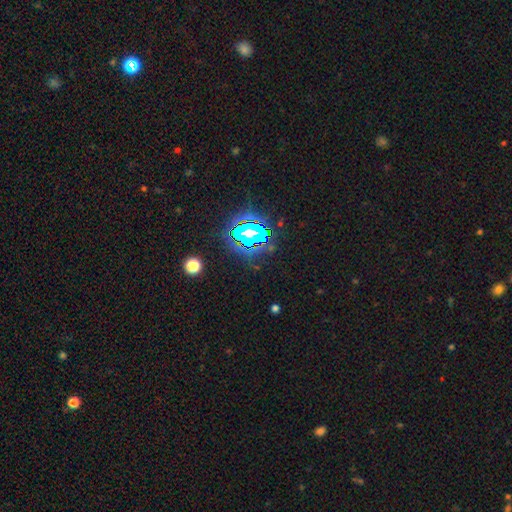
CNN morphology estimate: smooth_or_featured: star or artifact (p=0.83) [alt: smooth p=0.10]